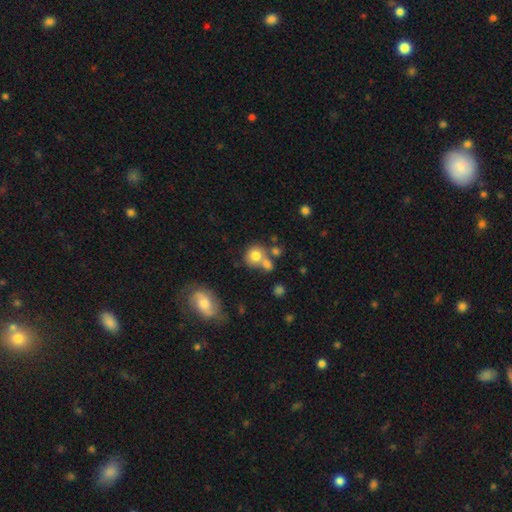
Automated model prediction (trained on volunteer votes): smooth_or_featured: smooth (p=0.77) [alt: featured or disk p=0.13]
how_rounded: round (p=0.79) [alt: in between p=0.20]
merging: none (p=0.50) [alt: merger p=0.34]